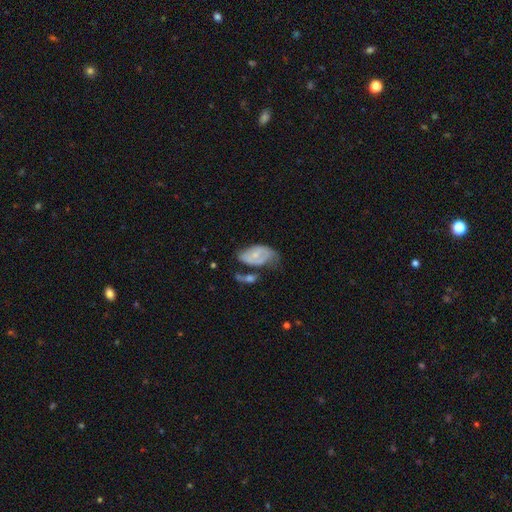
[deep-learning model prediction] featured or disk 49%, smooth 45%, star or artifact 7%. Down the decision tree: merging — minor disturbance (30%, tied with none).